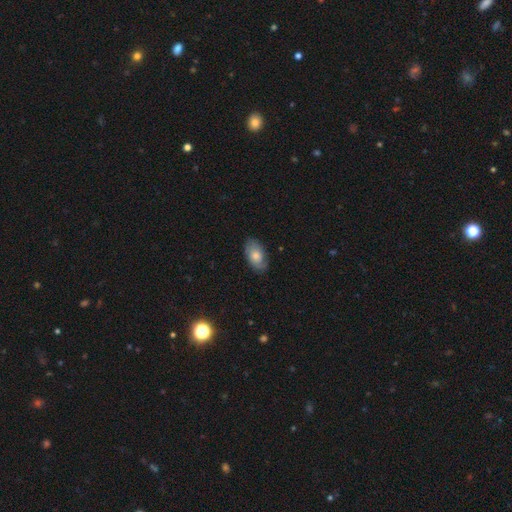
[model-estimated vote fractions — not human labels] A smooth galaxy with no disk features (57%) that is in between round and cigar-shaped (92%). Merging: none (79%).